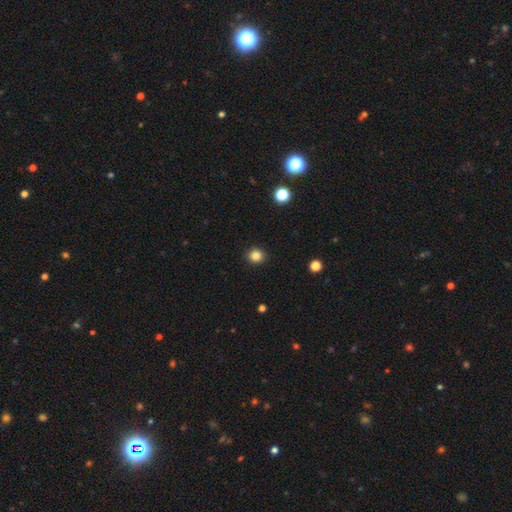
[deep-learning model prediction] smooth 84%, star or artifact 12%, featured or disk 4%. Down the decision tree: how rounded — round (87%); merging — none (92%).